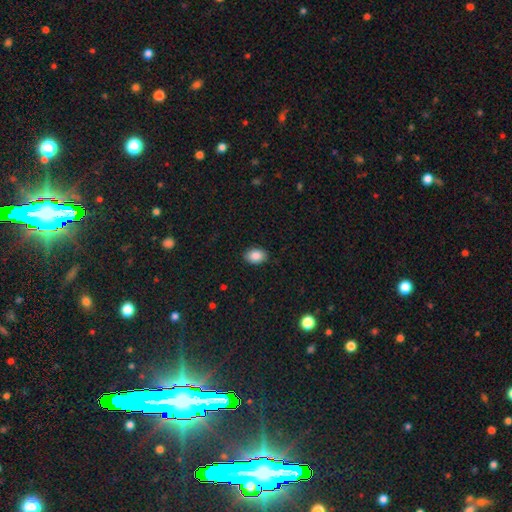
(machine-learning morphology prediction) Smooth or featured?
  - smooth: 87% *
  - star or artifact: 8%
  - featured or disk: 5%
How rounded?
  - in between: 78% *
  - round: 21%
  - cigar-shaped: 1%
Merging?
  - none: 89% *
  - minor disturbance: 8%
  - major disturbance: 2%
  - merger: 1%